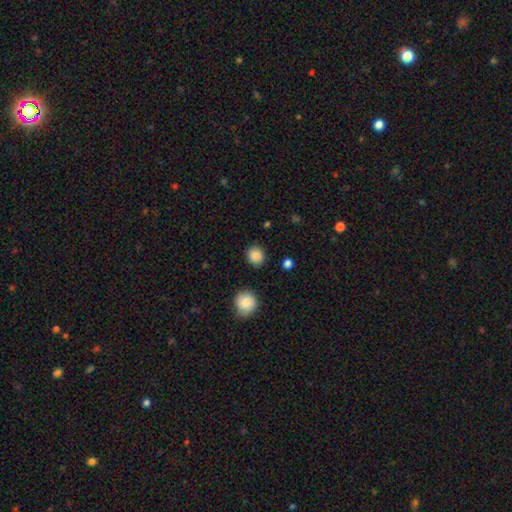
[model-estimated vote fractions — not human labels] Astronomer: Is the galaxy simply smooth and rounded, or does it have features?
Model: smooth — 87%.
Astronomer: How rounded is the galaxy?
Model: round — 83%.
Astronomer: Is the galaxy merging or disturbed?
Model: none — 88%.